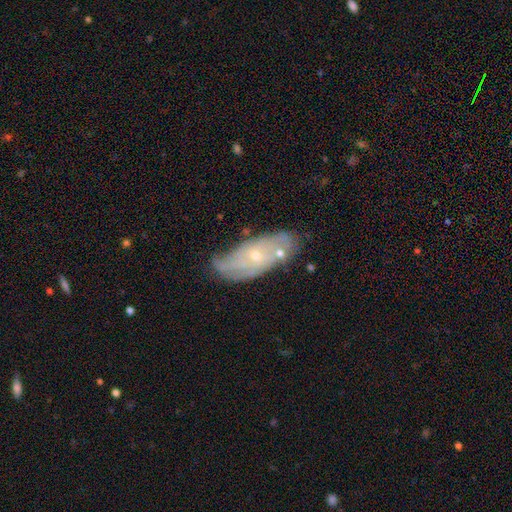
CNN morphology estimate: Q: Smooth or featured?
A: featured or disk (69%); runner-up: smooth (24%)
Q: Edge-on disk?
A: no (89%); runner-up: yes (11%)
Q: Bar?
A: no (77%); runner-up: weak (19%)
Q: Spiral arms?
A: yes (74%); runner-up: no (26%)
Q: Bulge size?
A: small (75%); runner-up: moderate (21%)
Q: Merging?
A: none (53%); runner-up: minor disturbance (27%)